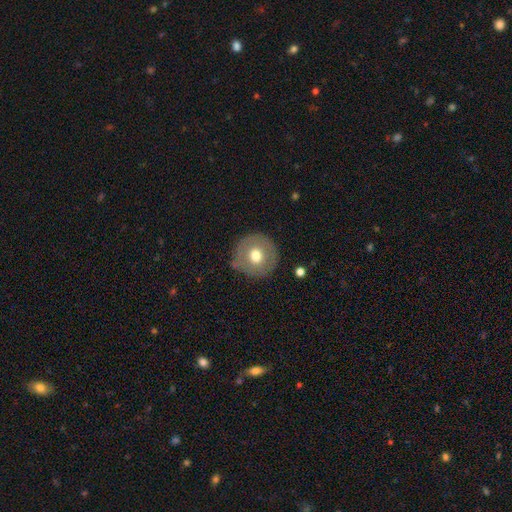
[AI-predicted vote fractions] Q: Smooth or featured?
A: smooth (64%); runner-up: featured or disk (28%)
Q: How rounded?
A: round (95%); runner-up: in between (4%)
Q: Merging?
A: none (82%); runner-up: minor disturbance (13%)